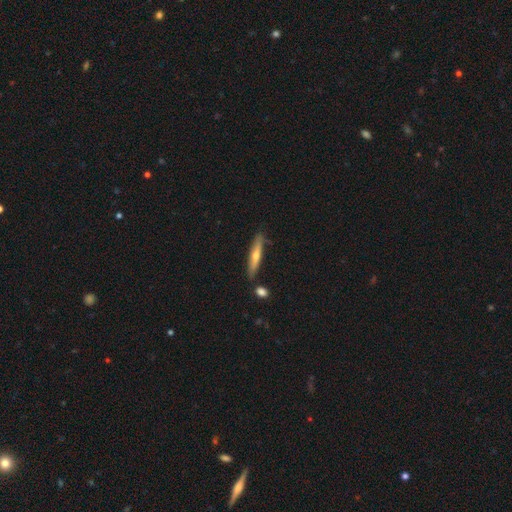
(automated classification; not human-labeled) Smooth or featured?
  - featured or disk: 49% *
  - smooth: 46%
  - star or artifact: 6%
Merging?
  - none: 82% *
  - minor disturbance: 11%
  - merger: 4%
  - major disturbance: 2%